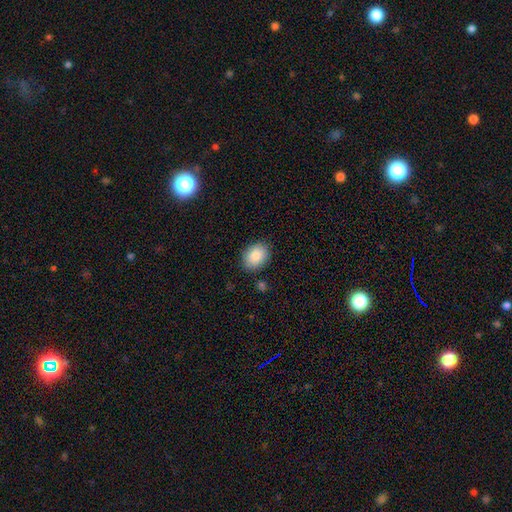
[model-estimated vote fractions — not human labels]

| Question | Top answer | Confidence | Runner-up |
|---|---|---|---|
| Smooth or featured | smooth | 86% | star or artifact (7%) |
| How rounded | in between | 71% | round (29%) |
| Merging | none | 84% | minor disturbance (12%) |